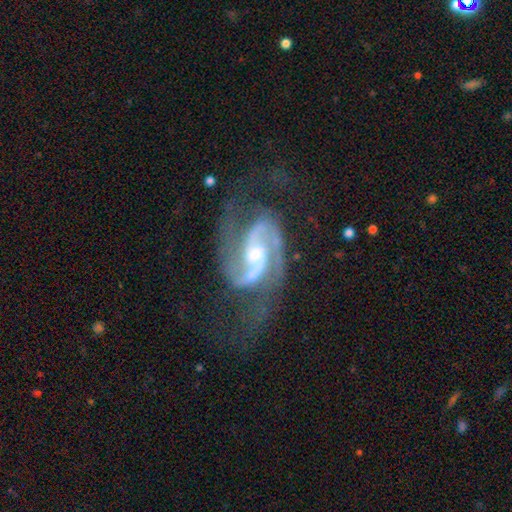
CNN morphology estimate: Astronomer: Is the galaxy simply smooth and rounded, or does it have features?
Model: featured or disk — 93%.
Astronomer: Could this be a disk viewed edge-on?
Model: no — 98%.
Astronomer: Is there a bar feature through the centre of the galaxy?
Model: weak — 46% (runner-up: no, 36%).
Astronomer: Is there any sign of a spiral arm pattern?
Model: yes — 98%.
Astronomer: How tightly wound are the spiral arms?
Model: medium — 60%.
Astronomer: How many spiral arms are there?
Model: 2 — 90%.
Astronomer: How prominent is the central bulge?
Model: moderate — 48% (runner-up: small, 40%).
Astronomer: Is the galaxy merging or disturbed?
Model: none — 58%.